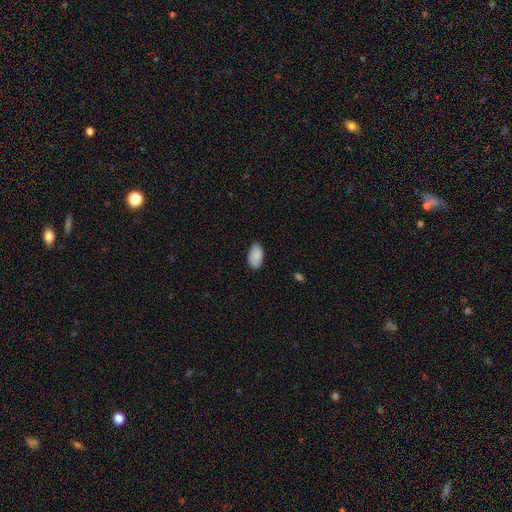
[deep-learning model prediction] Smooth or featured: smooth — 89% (star or artifact — 7%)
How rounded: in between — 95% (round — 4%)
Merging: none — 80% (minor disturbance — 16%)